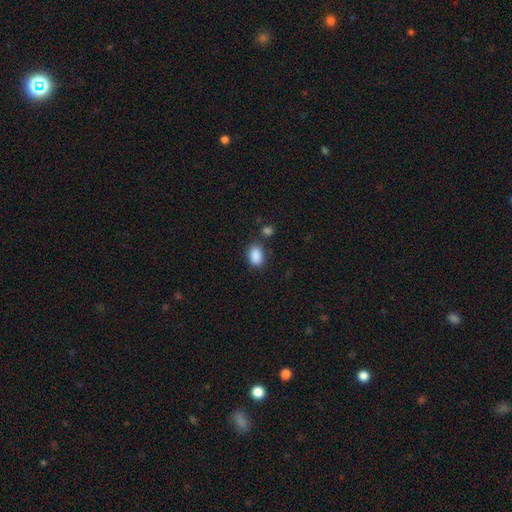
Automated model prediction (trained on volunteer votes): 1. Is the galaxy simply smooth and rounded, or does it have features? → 88% smooth, 8% star or artifact, 3% featured or disk.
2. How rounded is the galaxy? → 83% in between, 15% round, 1% cigar-shaped.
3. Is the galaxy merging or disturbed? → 75% none, 14% minor disturbance, 7% merger, 4% major disturbance.